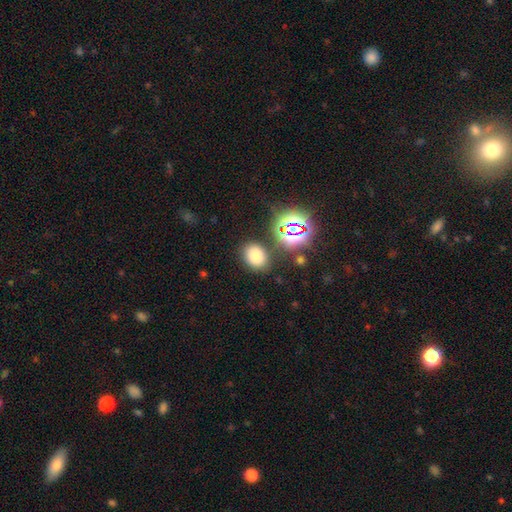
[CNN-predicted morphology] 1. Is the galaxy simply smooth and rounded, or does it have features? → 72% smooth, 20% star or artifact, 8% featured or disk.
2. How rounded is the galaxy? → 62% in between, 37% round, 1% cigar-shaped.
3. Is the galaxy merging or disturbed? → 82% none, 10% minor disturbance, 5% merger, 3% major disturbance.